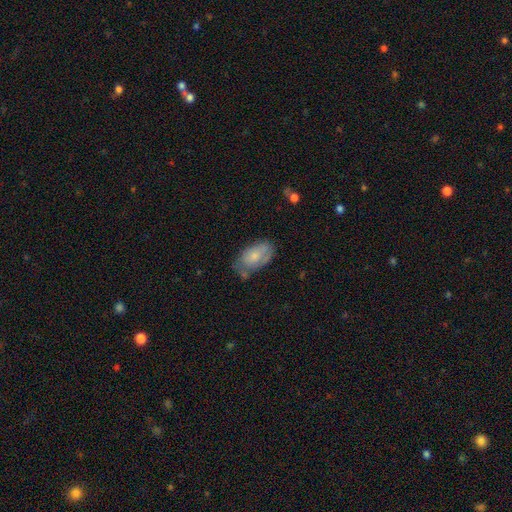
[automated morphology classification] Smooth or featured? smooth (65%)
How rounded? in between (93%)
Merging? none (54%)